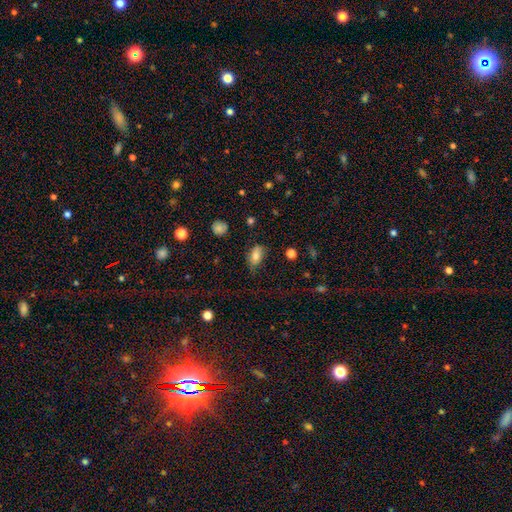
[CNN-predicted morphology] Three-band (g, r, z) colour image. It shows a smooth galaxy with no disk features (76%) that is in between round and cigar-shaped (89%). Merging: none (60%).